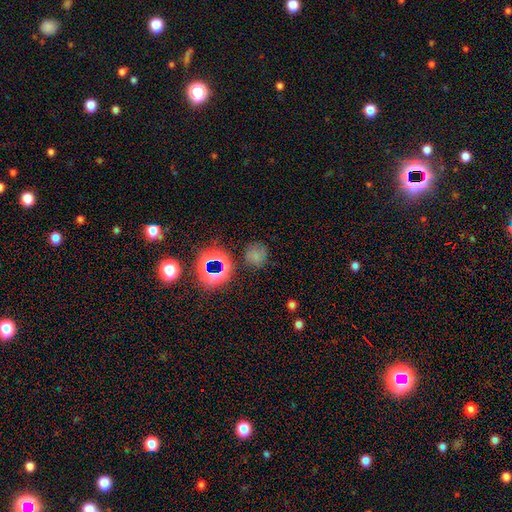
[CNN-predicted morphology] type=smooth (55%); roundness=round (83%); merging=none (69%).